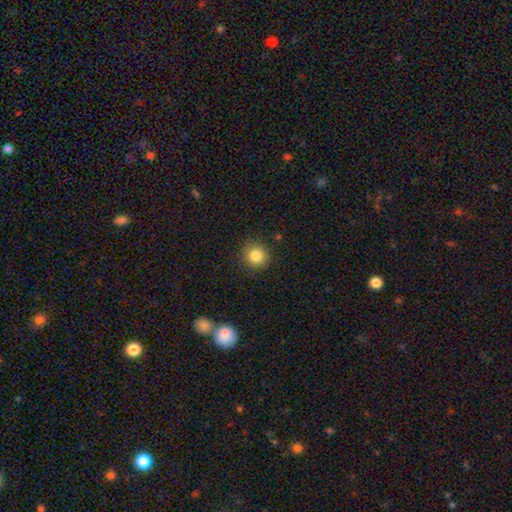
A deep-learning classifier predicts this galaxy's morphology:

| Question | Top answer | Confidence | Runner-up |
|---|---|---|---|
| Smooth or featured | smooth | 84% | star or artifact (10%) |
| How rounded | round | 91% | in between (8%) |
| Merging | none | 88% | minor disturbance (8%) |